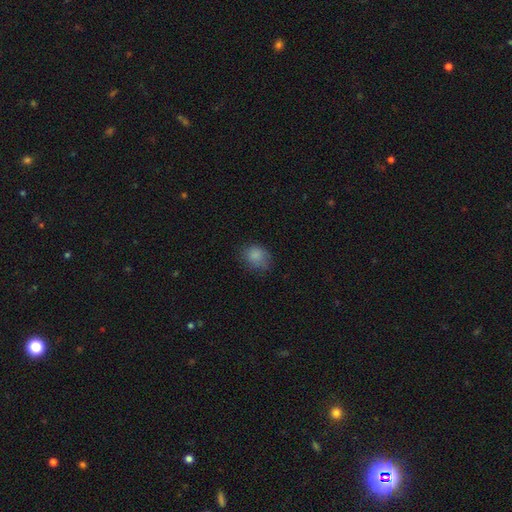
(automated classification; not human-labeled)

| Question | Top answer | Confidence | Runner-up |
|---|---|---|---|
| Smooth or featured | smooth | 83% | star or artifact (10%) |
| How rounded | round | 60% | in between (39%) |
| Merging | none | 67% | minor disturbance (24%) |